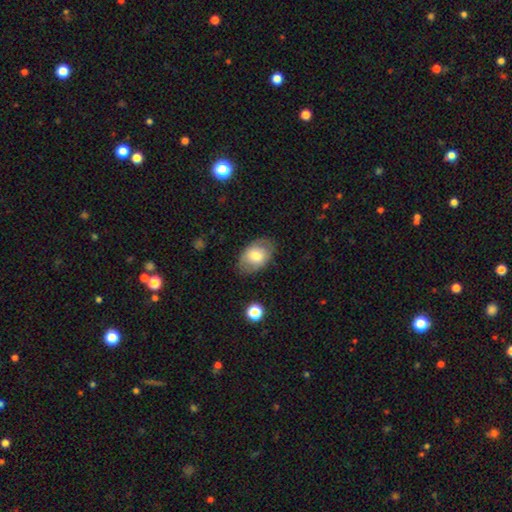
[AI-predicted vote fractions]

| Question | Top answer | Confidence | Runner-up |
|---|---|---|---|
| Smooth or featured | smooth | 67% | featured or disk (26%) |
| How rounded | in between | 82% | round (17%) |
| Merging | none | 76% | minor disturbance (17%) |